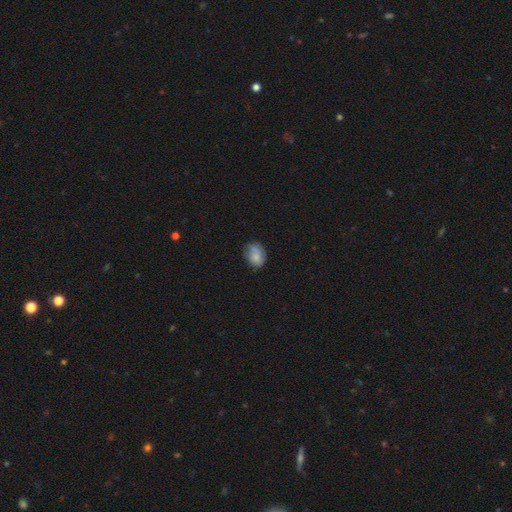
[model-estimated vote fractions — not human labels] Morphology: type=smooth (73%); roundness=in between (63%); merging=none (54%).